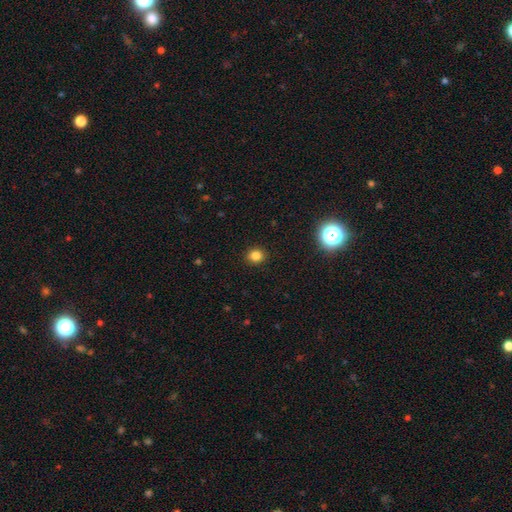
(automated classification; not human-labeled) Smooth or featured? smooth (82%)
How rounded? round (79%)
Merging? none (91%)